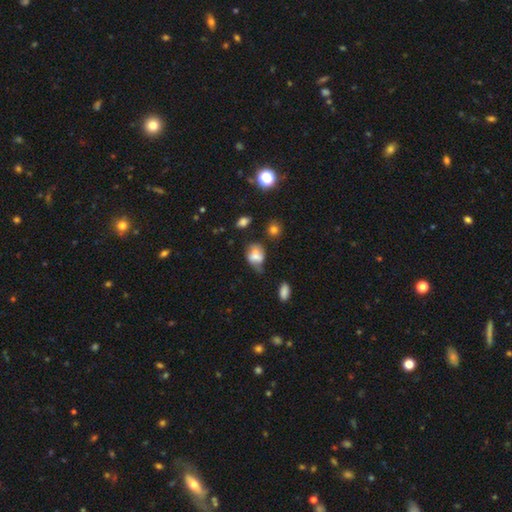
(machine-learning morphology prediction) smooth-or-featured: smooth: 63% | featured or disk: 24% | star or artifact: 12%
  how-rounded: in between: 69% | round: 29% | cigar-shaped: 2%
  merging: none: 35% | minor disturbance: 33% | major disturbance: 18% | merger: 14%